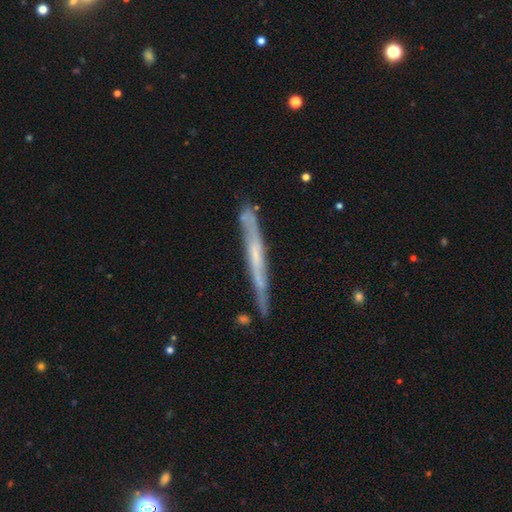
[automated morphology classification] Smooth or featured?
  - featured or disk: 65% *
  - smooth: 29%
  - star or artifact: 7%
Edge-on disk?
  - yes: 88% *
  - no: 12%
Edge-on bulge?
  - none: 78% *
  - rounded: 15%
  - boxy: 8%
Merging?
  - none: 76% *
  - minor disturbance: 18%
  - major disturbance: 3%
  - merger: 3%